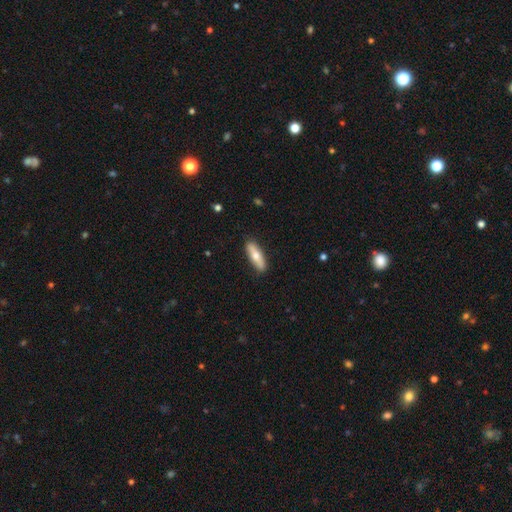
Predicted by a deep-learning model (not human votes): Q: Smooth or featured?
A: smooth (63%); runner-up: featured or disk (32%)
Q: How rounded?
A: cigar-shaped (55%); runner-up: in between (43%)
Q: Merging?
A: none (88%); runner-up: minor disturbance (9%)